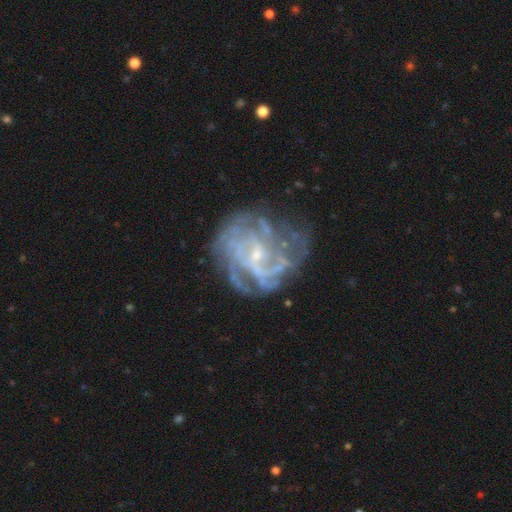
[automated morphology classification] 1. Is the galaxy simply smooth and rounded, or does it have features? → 85% featured or disk, 8% star or artifact, 7% smooth.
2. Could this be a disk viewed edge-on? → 98% no, 2% yes.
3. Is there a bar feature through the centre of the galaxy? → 48% no, 43% weak, 9% strong.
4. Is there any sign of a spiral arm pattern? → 89% yes, 11% no.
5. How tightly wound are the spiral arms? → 47% tight, 39% medium, 14% loose.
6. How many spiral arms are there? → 37% can't tell, 19% 4, 16% 3, 12% 2, 9% more than 4, 7% 1.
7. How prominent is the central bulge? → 74% small, 17% moderate, 7% none, 1% large, 1% dominant.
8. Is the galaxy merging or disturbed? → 59% none, 20% minor disturbance, 18% major disturbance, 3% merger.